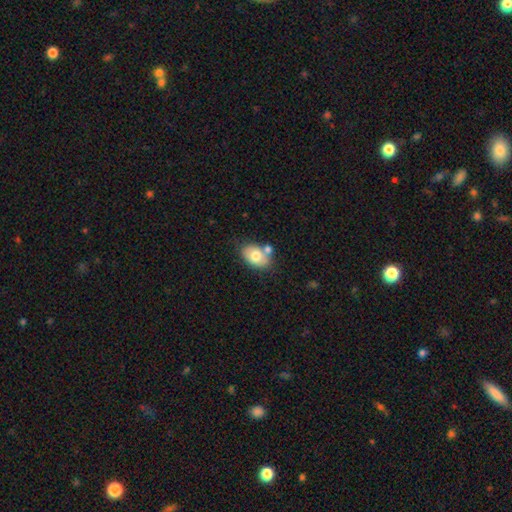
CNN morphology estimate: smooth_or_featured: smooth (p=0.73) [alt: featured or disk p=0.19]
how_rounded: in between (p=0.81) [alt: round p=0.18]
merging: none (p=0.60) [alt: merger p=0.20]